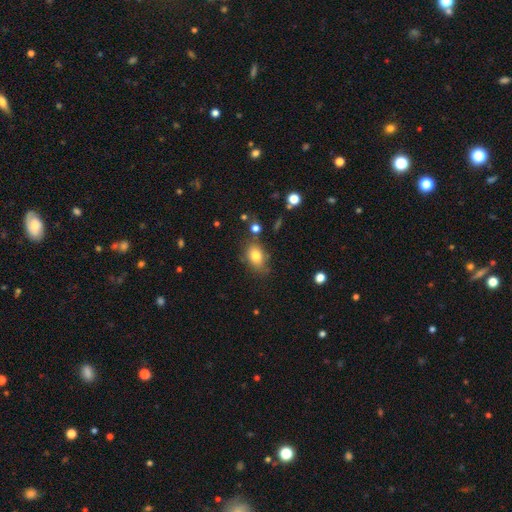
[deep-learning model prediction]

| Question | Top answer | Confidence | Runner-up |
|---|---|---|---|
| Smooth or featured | smooth | 79% | featured or disk (11%) |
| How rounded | in between | 76% | round (22%) |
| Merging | none | 72% | minor disturbance (18%) |